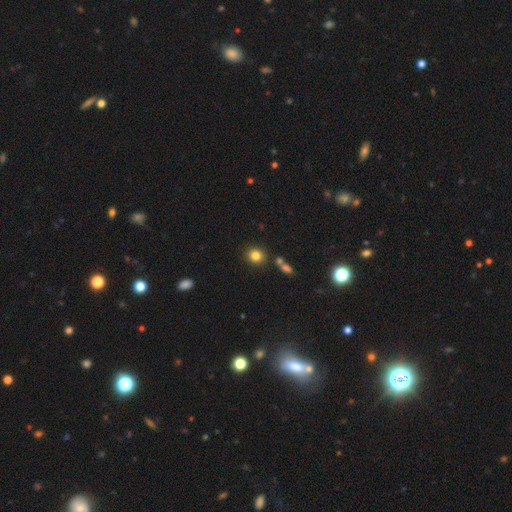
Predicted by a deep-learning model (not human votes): Q: Smooth or featured?
A: smooth (83%); runner-up: star or artifact (11%)
Q: How rounded?
A: round (80%); runner-up: in between (19%)
Q: Merging?
A: none (82%); runner-up: minor disturbance (9%)